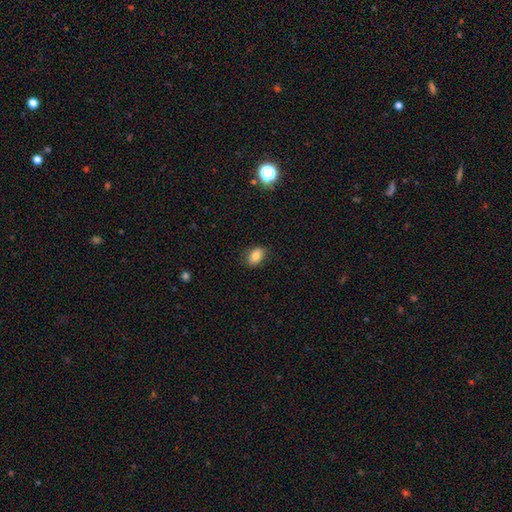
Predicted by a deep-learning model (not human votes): Overall: smooth (82%). How rounded: in between (81%). Merging: none (81%).